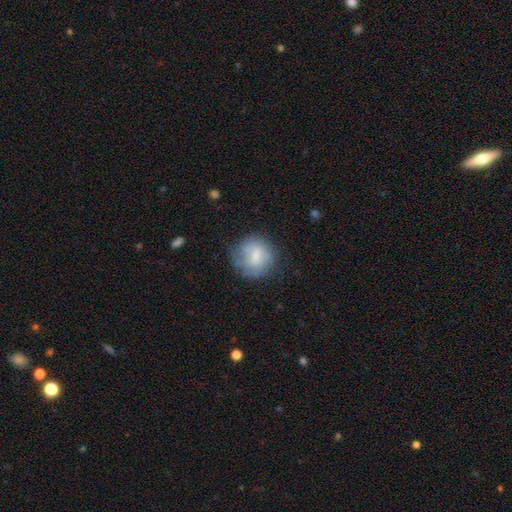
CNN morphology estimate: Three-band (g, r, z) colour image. It shows a smooth galaxy with no disk features (62%) that is round (85%). Merging: none (64%).